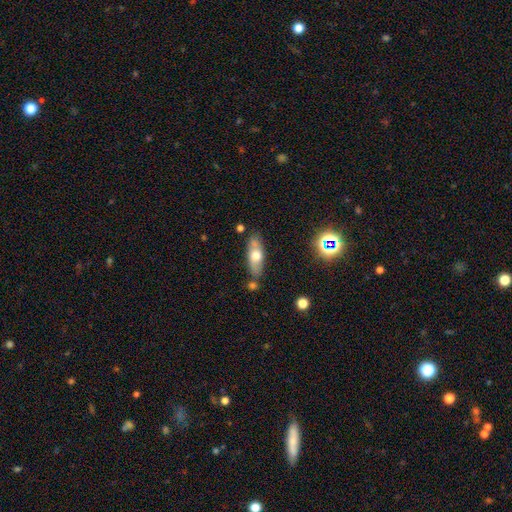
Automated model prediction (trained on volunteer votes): Morphology: type=smooth (58%); roundness=in between (66%); merging=none (72%).